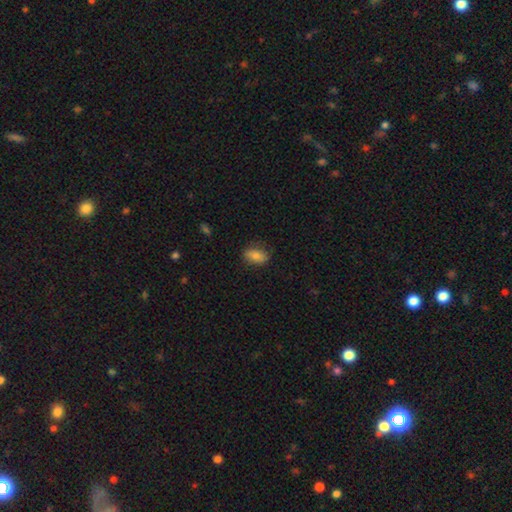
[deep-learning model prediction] This is likely a smooth galaxy (80%). How rounded: clearly in between (86%). Merging: likely none (77%).